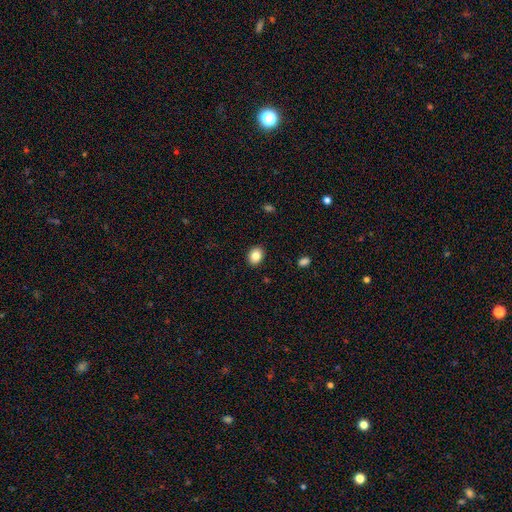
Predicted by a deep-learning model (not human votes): A smooth galaxy with no disk features (85%) that is in between round and cigar-shaped (56%).

Vote fractions:
- Smooth or featured? smooth: 85% / star or artifact: 9% / featured or disk: 6%
- How rounded? in between: 56% / round: 43% / cigar-shaped: 1%
- Merging? none: 90% / minor disturbance: 7% / major disturbance: 2% / merger: 1%